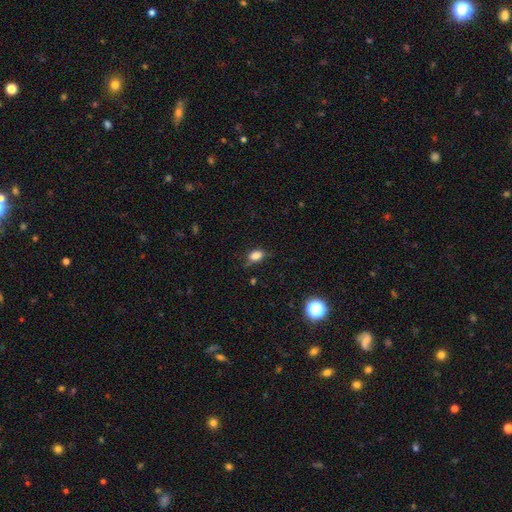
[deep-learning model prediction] This appears to be a smooth galaxy with no disk features (82%) that is in between round and cigar-shaped (80%). Merging: none (67%).